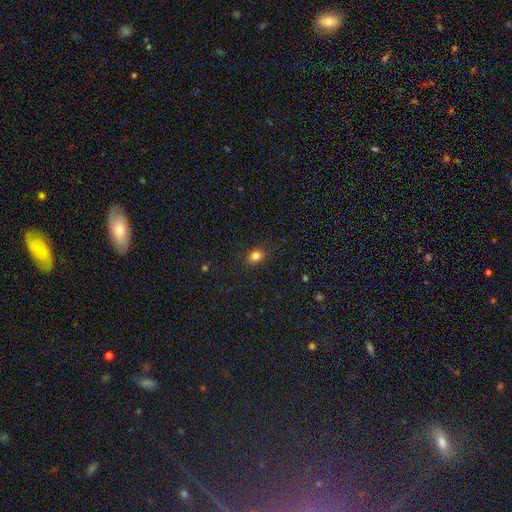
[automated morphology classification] A smooth galaxy with no disk features (82%) that is in between round and cigar-shaped (53%). Merging: none (86%).